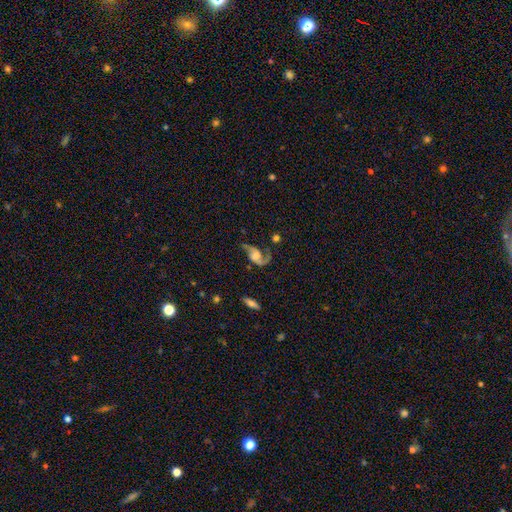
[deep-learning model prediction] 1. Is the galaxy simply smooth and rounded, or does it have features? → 86% featured or disk, 8% smooth, 6% star or artifact.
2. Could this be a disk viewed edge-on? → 96% no, 4% yes.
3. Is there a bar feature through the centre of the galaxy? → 59% no, 32% weak, 8% strong.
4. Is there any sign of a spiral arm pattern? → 96% yes, 4% no.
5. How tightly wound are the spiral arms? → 60% loose, 33% medium, 7% tight.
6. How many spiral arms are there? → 89% 2, 6% 1, 2% can't tell, 1% 3, 1% 4, 1% more than 4.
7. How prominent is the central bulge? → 33% moderate, 26% large, 19% small, 18% none, 4% dominant.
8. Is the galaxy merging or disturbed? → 56% none, 20% minor disturbance, 19% major disturbance, 5% merger.